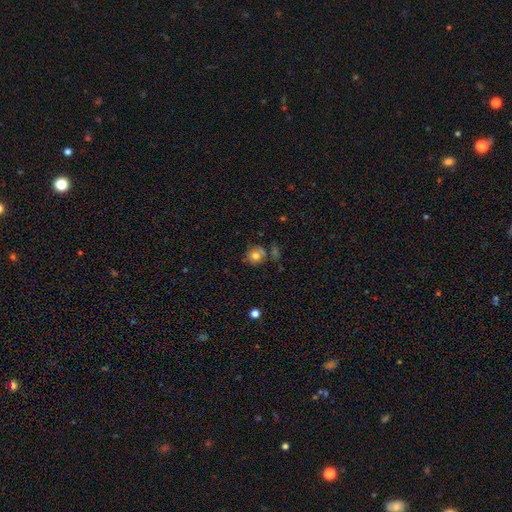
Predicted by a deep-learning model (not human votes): Q: Smooth or featured?
A: smooth (70%); runner-up: featured or disk (19%)
Q: How rounded?
A: round (82%); runner-up: in between (17%)
Q: Merging?
A: none (62%); runner-up: minor disturbance (17%)